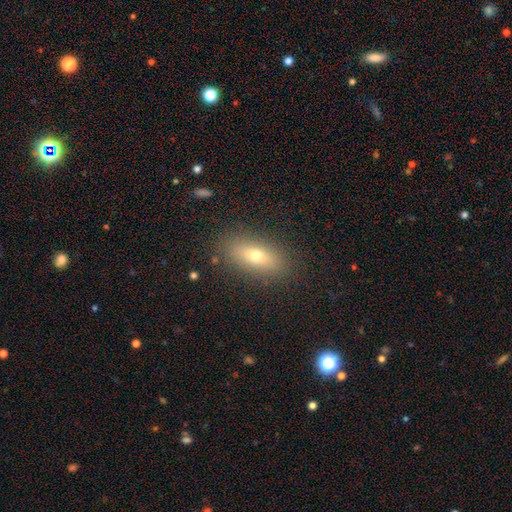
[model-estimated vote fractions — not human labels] smooth-or-featured: smooth: 65% | featured or disk: 24% | star or artifact: 11%
  how-rounded: in between: 72% | cigar-shaped: 22% | round: 7%
  merging: none: 87% | minor disturbance: 9% | major disturbance: 3% | merger: 1%